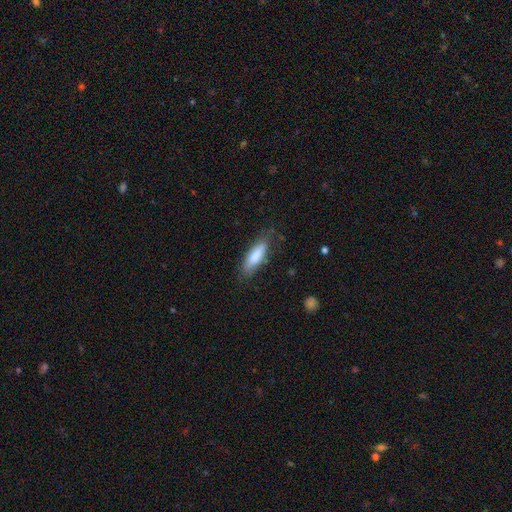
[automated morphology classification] This appears to be a smooth galaxy with no disk features (80%) that is cigar-shaped (49%, tied with in between). Merging: none (75%).